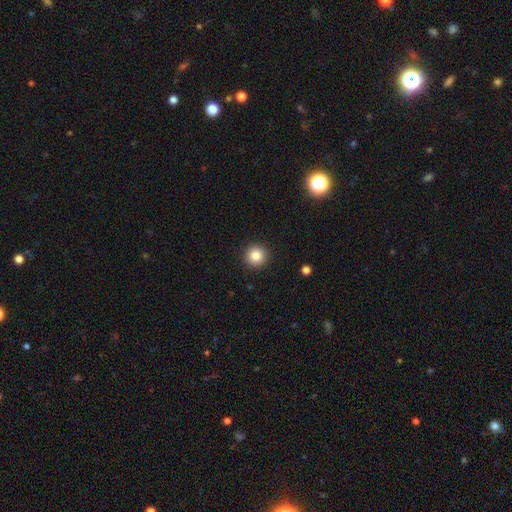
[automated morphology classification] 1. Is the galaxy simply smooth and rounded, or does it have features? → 85% smooth, 10% star or artifact, 5% featured or disk.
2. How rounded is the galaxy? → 95% round, 4% in between, 1% cigar-shaped.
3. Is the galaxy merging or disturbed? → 93% none, 5% minor disturbance, 2% major disturbance, 1% merger.